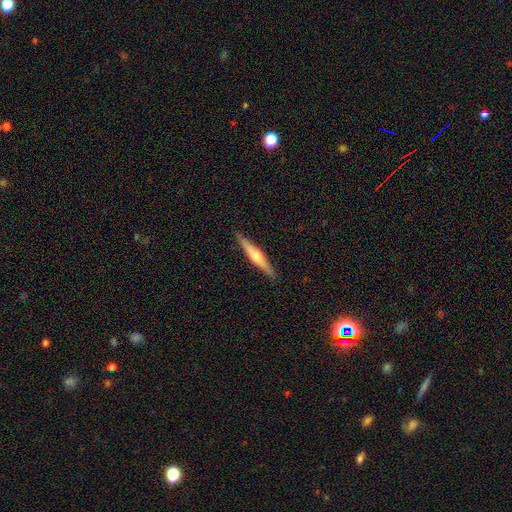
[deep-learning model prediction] featured or disk 62%, smooth 33%, star or artifact 5%. Down the decision tree: edge-on disk — yes (97%); edge-on bulge — rounded (83%); merging — none (91%).